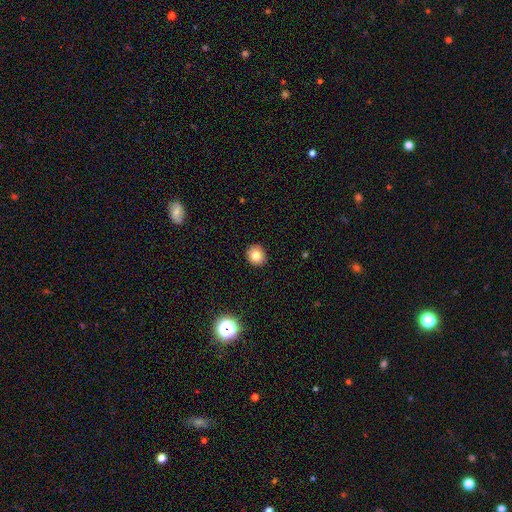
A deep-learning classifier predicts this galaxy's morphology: Smooth or featured? smooth (80%)
How rounded? round (82%)
Merging? none (91%)